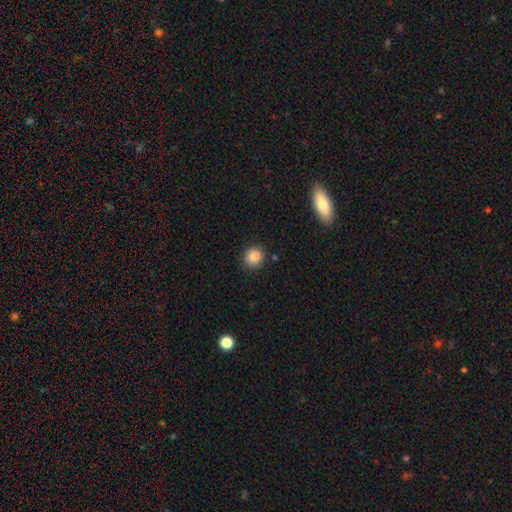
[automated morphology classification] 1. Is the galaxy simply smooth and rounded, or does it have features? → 85% smooth, 10% star or artifact, 5% featured or disk.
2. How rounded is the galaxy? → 78% round, 21% in between, 1% cigar-shaped.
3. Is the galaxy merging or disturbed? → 86% none, 9% minor disturbance, 2% merger, 2% major disturbance.